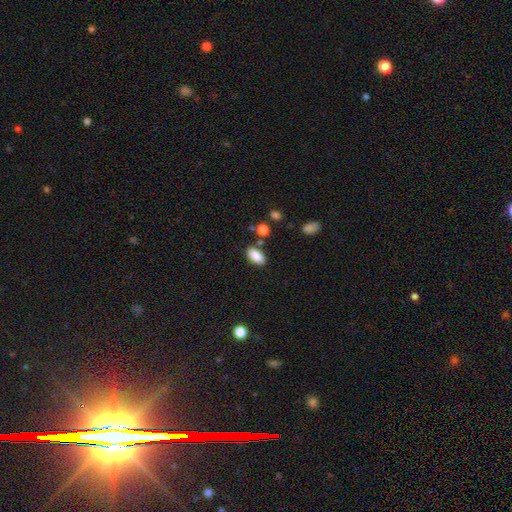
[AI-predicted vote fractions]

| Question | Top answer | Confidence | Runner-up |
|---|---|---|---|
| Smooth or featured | smooth | 88% | star or artifact (8%) |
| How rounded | in between | 91% | round (4%) |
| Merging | none | 80% | minor disturbance (12%) |